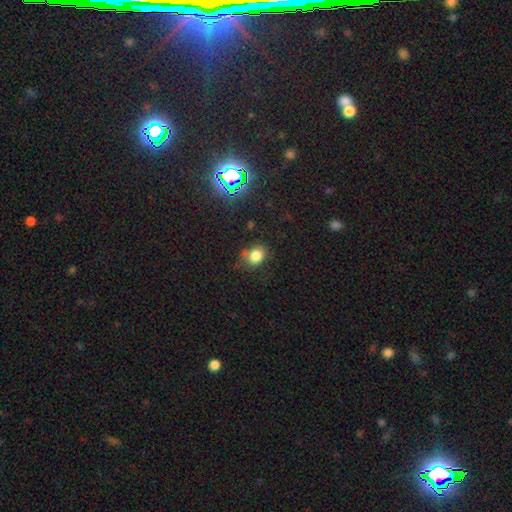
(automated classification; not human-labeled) Morphology: type=smooth (80%); roundness=round (52%); merging=none (69%).